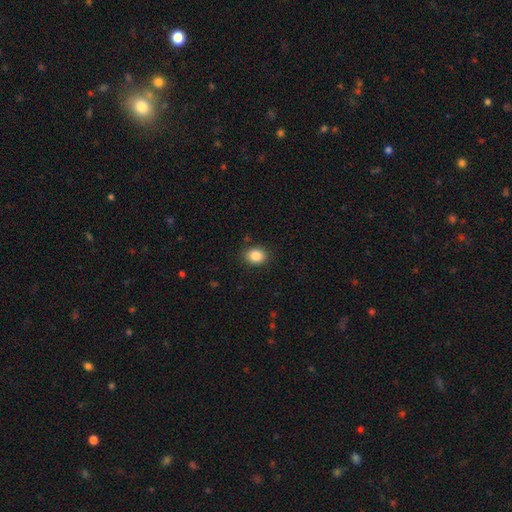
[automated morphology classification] This appears to be a smooth galaxy with no disk features (86%) that is round (53%). Merging: none (87%).